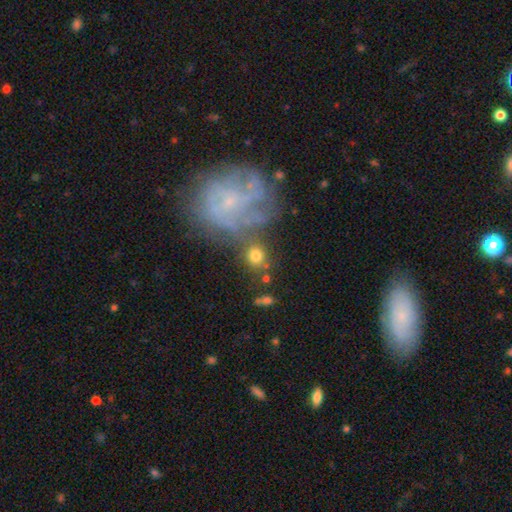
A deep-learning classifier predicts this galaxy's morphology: Overall: smooth (74%). How rounded: round (84%). Merging: none (68%).